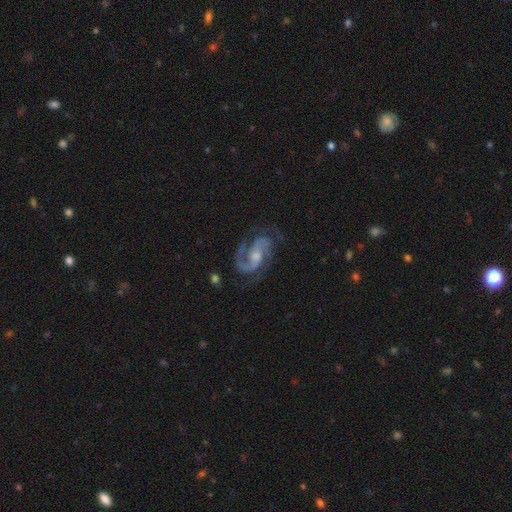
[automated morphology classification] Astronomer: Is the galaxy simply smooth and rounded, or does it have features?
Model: featured or disk — 91%.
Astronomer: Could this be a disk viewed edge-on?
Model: no — 98%.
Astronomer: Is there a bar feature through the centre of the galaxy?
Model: weak — 44% (runner-up: no, 40%).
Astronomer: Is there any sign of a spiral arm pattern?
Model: yes — 98%.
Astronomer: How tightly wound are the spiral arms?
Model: medium — 59%.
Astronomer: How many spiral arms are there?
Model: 2 — 89%.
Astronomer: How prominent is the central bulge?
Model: moderate — 49% (runner-up: small, 36%).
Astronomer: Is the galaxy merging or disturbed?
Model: none — 72%.